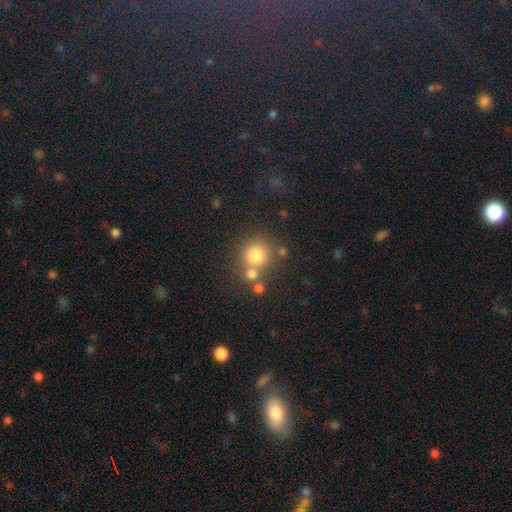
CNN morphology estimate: This appears to be a smooth galaxy with no disk features (76%) that is round (91%). Merging: none (65%).